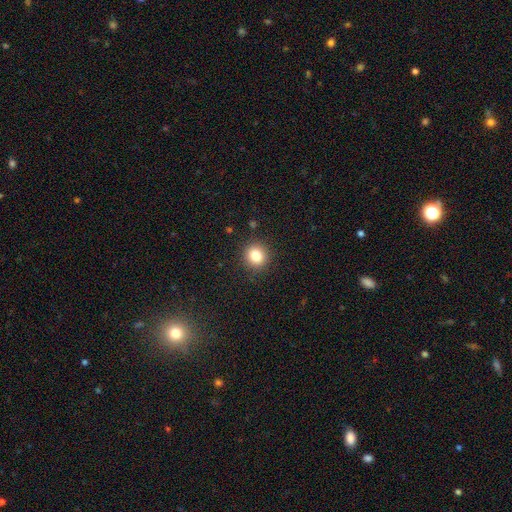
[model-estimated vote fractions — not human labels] A smooth galaxy with no disk features (82%) that is round (88%).

Vote fractions:
- Smooth or featured? smooth: 82% / star or artifact: 12% / featured or disk: 7%
- How rounded? round: 88% / in between: 11% / cigar-shaped: 1%
- Merging? none: 90% / minor disturbance: 7% / major disturbance: 2% / merger: 1%